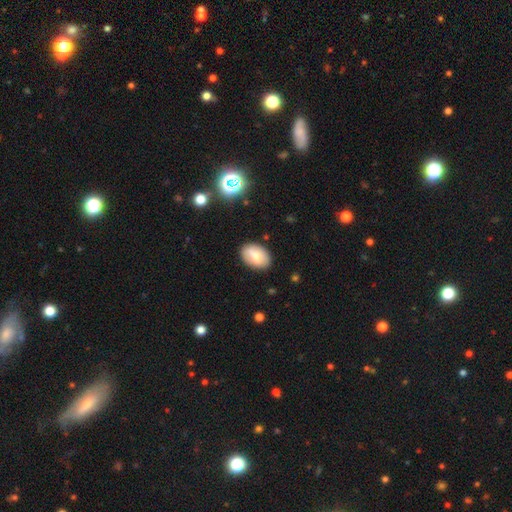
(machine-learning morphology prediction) Smooth or featured? Predicted: smooth (p=0.72). How rounded? Predicted: in between (p=0.88). Merging? Predicted: none (p=0.83).